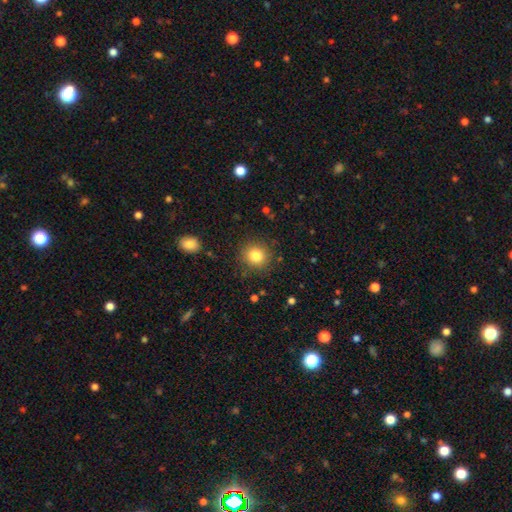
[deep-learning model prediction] Smooth or featured?
  - smooth: 81% *
  - star or artifact: 12%
  - featured or disk: 7%
How rounded?
  - round: 90% *
  - in between: 9%
  - cigar-shaped: 1%
Merging?
  - none: 88% *
  - minor disturbance: 8%
  - major disturbance: 3%
  - merger: 2%